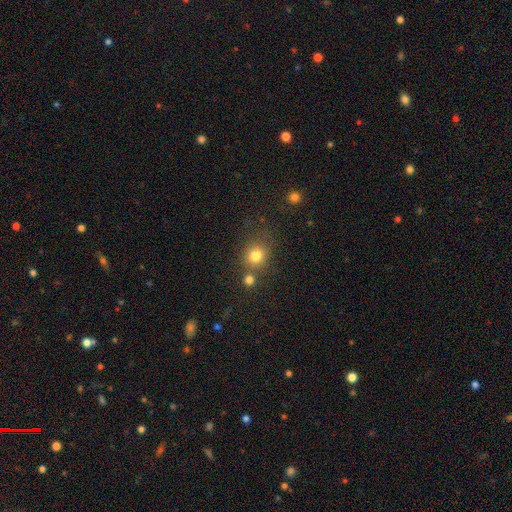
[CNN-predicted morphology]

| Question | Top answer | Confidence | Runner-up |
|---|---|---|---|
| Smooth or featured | smooth | 78% | star or artifact (14%) |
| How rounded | round | 80% | in between (19%) |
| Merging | none | 64% | merger (19%) |